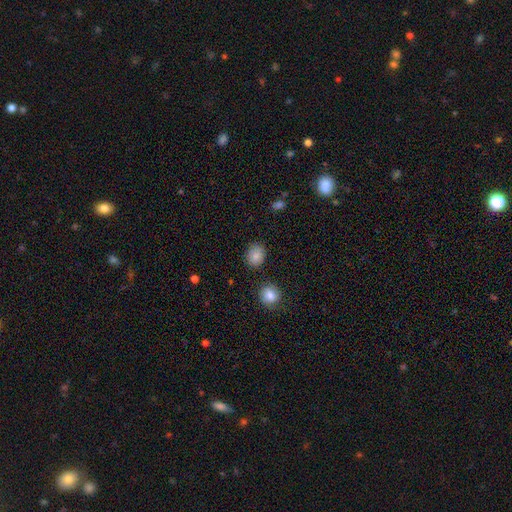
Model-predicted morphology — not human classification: Q: Smooth or featured?
A: smooth (84%); runner-up: star or artifact (9%)
Q: How rounded?
A: round (56%); runner-up: in between (43%)
Q: Merging?
A: none (83%); runner-up: minor disturbance (11%)